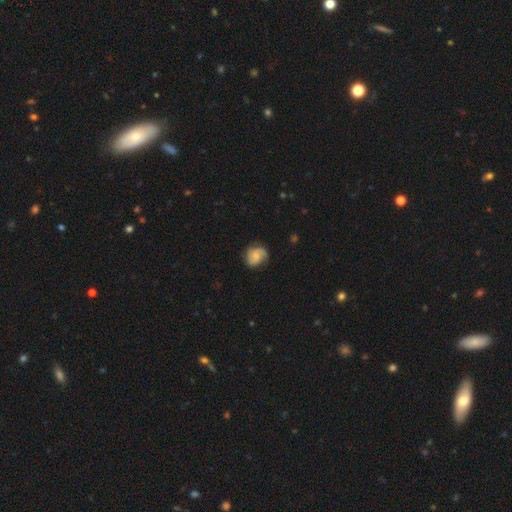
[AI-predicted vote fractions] This is possibly a featured or disk galaxy (52%). It is clearly not viewed edge-on (98%). Bar: likely no (69%). Spiral arm pattern: clearly yes (91%). Central bulge: possibly small (52%). Merging: likely none (67%).